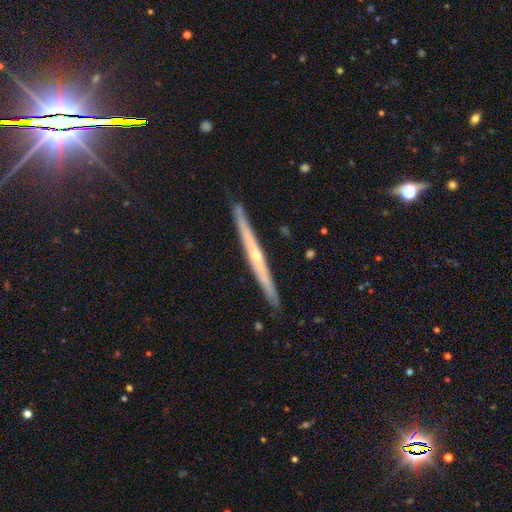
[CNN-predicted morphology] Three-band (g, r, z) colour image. It shows a featured or disk galaxy (75%) viewed edge-on (97%) with a rounded central bulge (68%). Merging: none (90%).